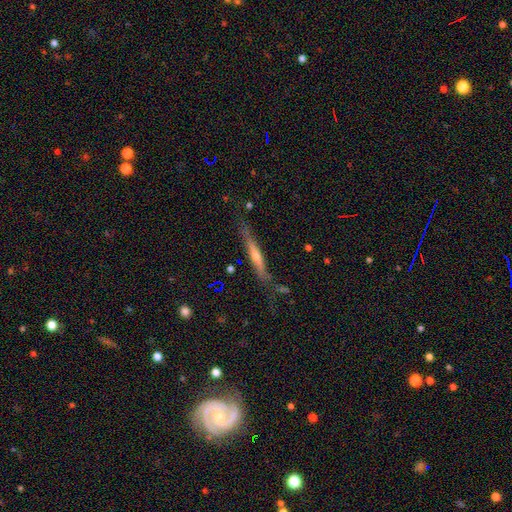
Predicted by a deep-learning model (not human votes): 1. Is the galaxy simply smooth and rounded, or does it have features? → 64% featured or disk, 29% smooth, 7% star or artifact.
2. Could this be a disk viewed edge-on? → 94% yes, 6% no.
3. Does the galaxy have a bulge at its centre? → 68% rounded, 26% none, 7% boxy.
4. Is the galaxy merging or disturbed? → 74% none, 18% minor disturbance, 5% major disturbance, 3% merger.